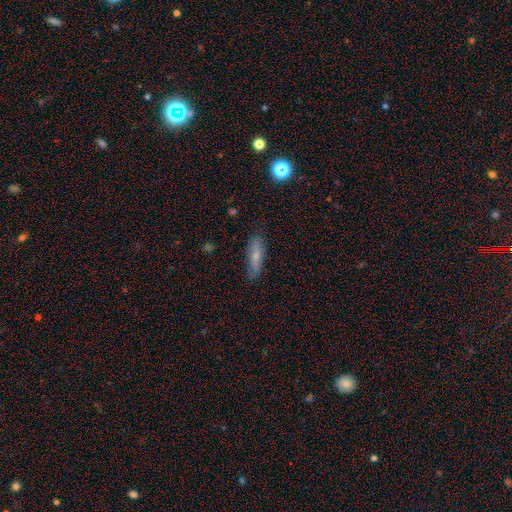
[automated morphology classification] type=smooth (61%); roundness=cigar-shaped (61%); merging=none (79%).